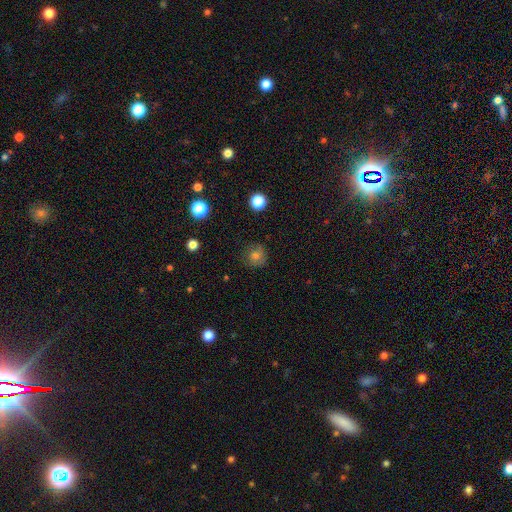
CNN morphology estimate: Smooth or featured? smooth (74%)
How rounded? round (89%)
Merging? none (79%)